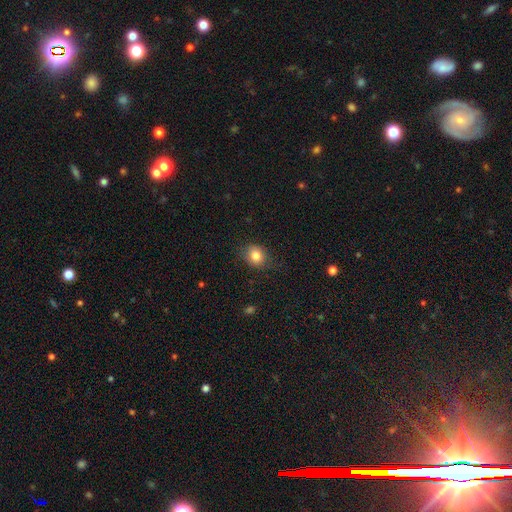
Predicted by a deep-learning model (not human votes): smooth_or_featured: smooth (p=0.81) [alt: star or artifact p=0.10]
how_rounded: round (p=0.61) [alt: in between p=0.38]
merging: none (p=0.80) [alt: minor disturbance p=0.15]